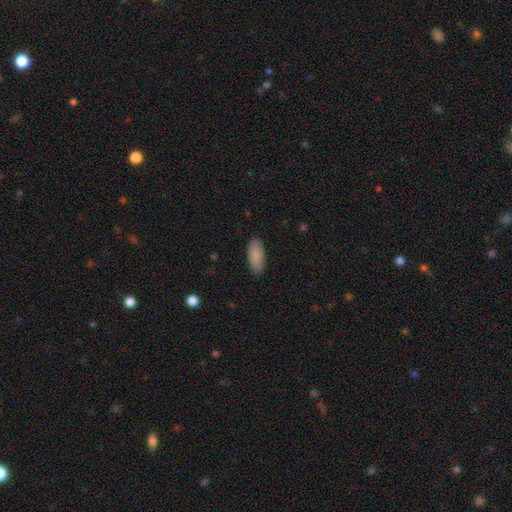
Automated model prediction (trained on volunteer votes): Smooth or featured: smooth — 89% (star or artifact — 6%)
How rounded: in between — 86% (cigar-shaped — 13%)
Merging: none — 88% (minor disturbance — 9%)